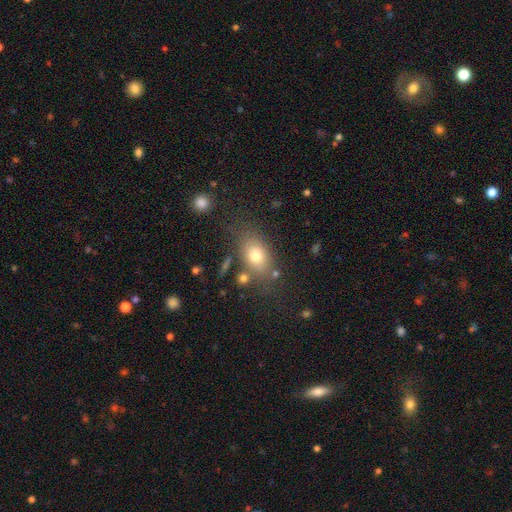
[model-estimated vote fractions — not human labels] smooth 74%, featured or disk 15%, star or artifact 11%. Down the decision tree: how rounded — in between (75%); merging — none (69%).